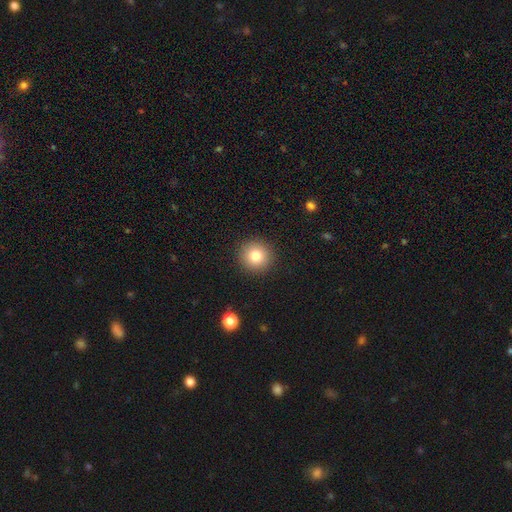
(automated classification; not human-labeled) smooth 78%, star or artifact 12%, featured or disk 10%. Down the decision tree: how rounded — round (95%); merging — none (92%).